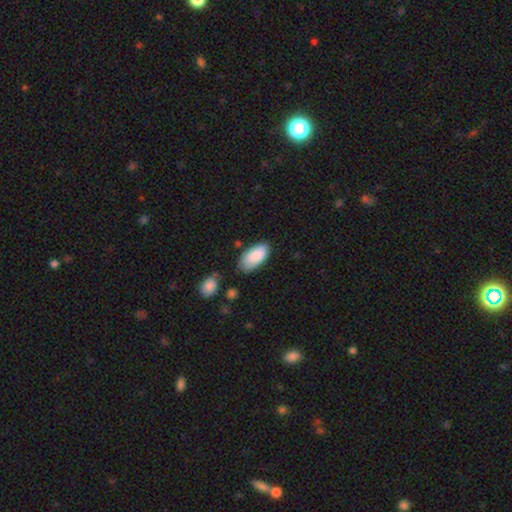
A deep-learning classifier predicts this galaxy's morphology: Smooth or featured?
  - smooth: 87% *
  - featured or disk: 7%
  - star or artifact: 6%
How rounded?
  - in between: 93% *
  - cigar-shaped: 5%
  - round: 2%
Merging?
  - none: 71% *
  - minor disturbance: 21%
  - major disturbance: 4%
  - merger: 4%